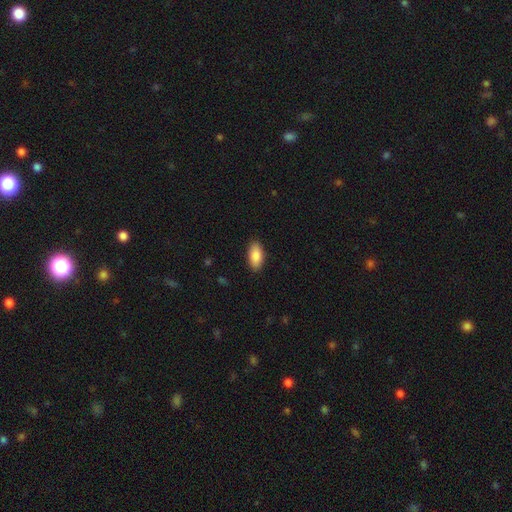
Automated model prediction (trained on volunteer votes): A smooth galaxy with no disk features (87%) that is in between round and cigar-shaped (92%).

Vote fractions:
- Smooth or featured? smooth: 87% / featured or disk: 7% / star or artifact: 6%
- How rounded? in between: 92% / cigar-shaped: 6% / round: 2%
- Merging? none: 89% / minor disturbance: 8% / major disturbance: 2% / merger: 1%